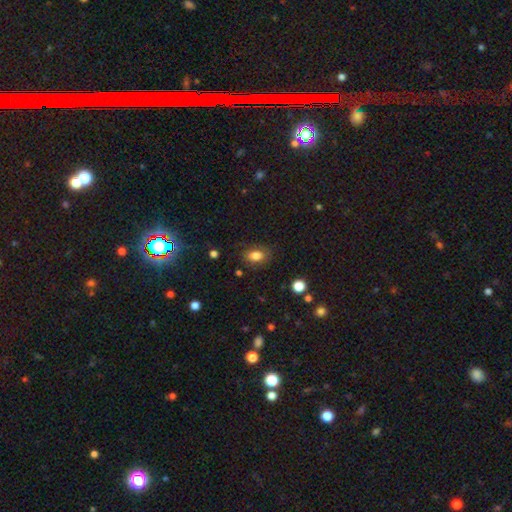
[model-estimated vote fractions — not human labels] A smooth galaxy with no disk features (80%) that is in between round and cigar-shaped (80%).

Vote fractions:
- Smooth or featured? smooth: 80% / star or artifact: 11% / featured or disk: 9%
- How rounded? in between: 80% / round: 18% / cigar-shaped: 2%
- Merging? none: 79% / minor disturbance: 15% / major disturbance: 4% / merger: 2%